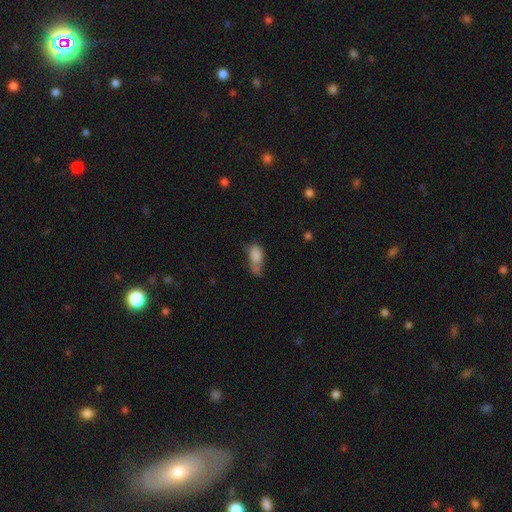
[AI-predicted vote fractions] smooth 79%, featured or disk 11%, star or artifact 9%. Down the decision tree: how rounded — in between (86%); merging — minor disturbance (32%).